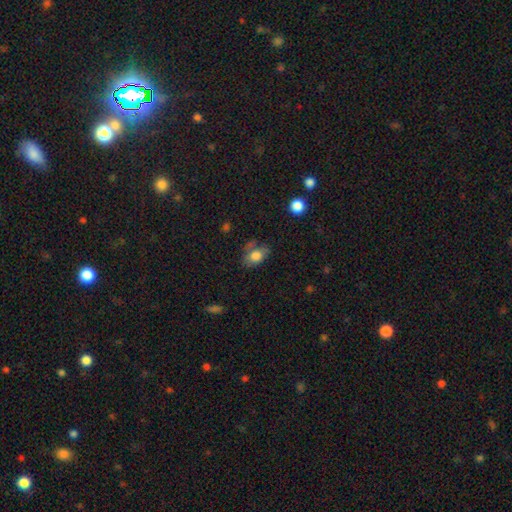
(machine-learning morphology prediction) This is likely a smooth galaxy (74%). How rounded: likely in between (79%). Merging: possibly none (51%).